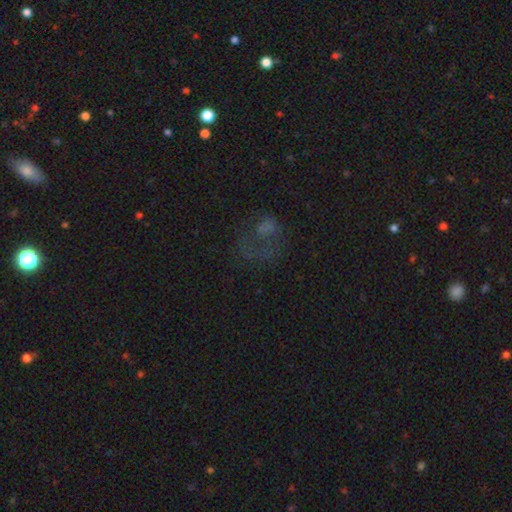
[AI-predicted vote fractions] The model was most divided on "smooth or featured": star or artifact: 40%, smooth: 31%, featured or disk: 29%.